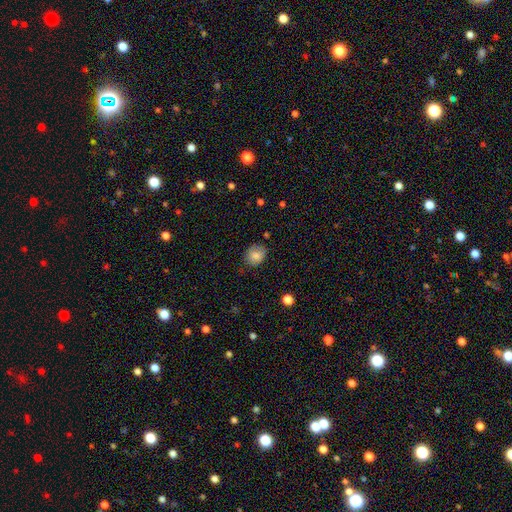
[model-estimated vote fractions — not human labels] The model was most divided on "how rounded": round: 54%, in between: 45%, cigar-shaped: 1%. More confident: smooth or featured — smooth (82%); merging — none (70%).